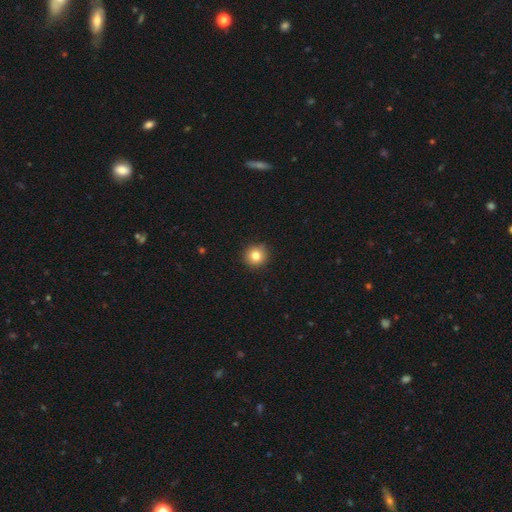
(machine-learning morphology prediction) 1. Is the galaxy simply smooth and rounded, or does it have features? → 81% smooth, 11% star or artifact, 8% featured or disk.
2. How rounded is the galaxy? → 94% round, 5% in between, 1% cigar-shaped.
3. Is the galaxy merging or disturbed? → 91% none, 6% minor disturbance, 2% major disturbance, 1% merger.